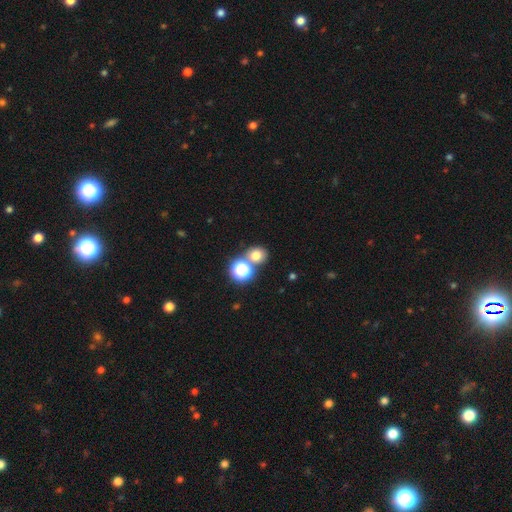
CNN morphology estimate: Smooth or featured? Predicted: smooth (p=0.71). How rounded? Predicted: round (p=0.77). Merging? Predicted: none (p=0.61).